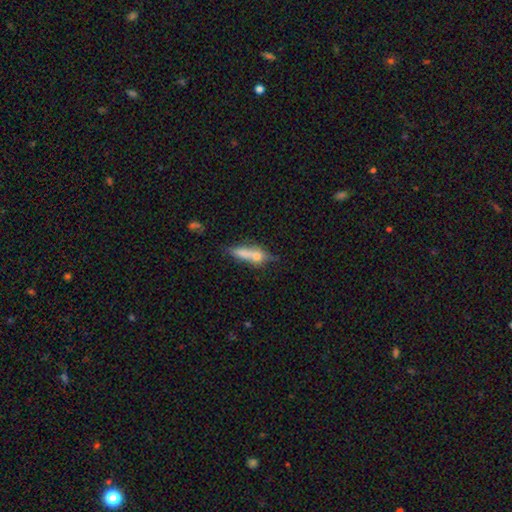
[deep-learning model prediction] Smooth or featured? Predicted: smooth (p=0.57). How rounded? Predicted: cigar-shaped (p=0.61). Merging? Predicted: none (p=0.44).